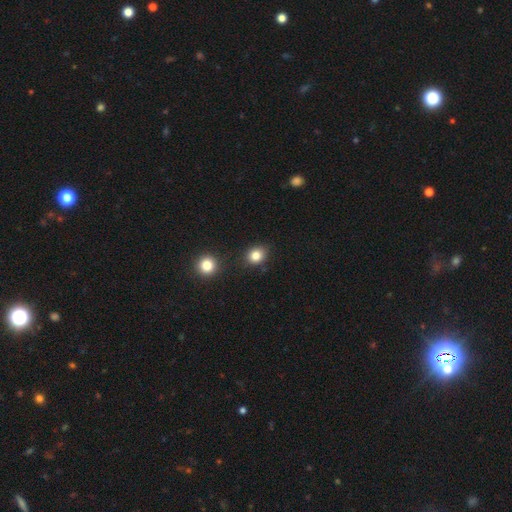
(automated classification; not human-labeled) Smooth or featured?
  - smooth: 83% *
  - star or artifact: 11%
  - featured or disk: 6%
How rounded?
  - round: 62% *
  - in between: 37%
  - cigar-shaped: 1%
Merging?
  - none: 81% *
  - minor disturbance: 11%
  - merger: 5%
  - major disturbance: 3%